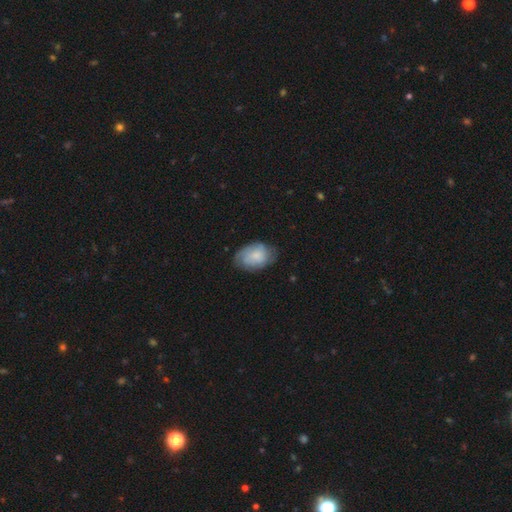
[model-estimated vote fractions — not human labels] Smooth or featured? Predicted: smooth (p=0.64). How rounded? Predicted: in between (p=0.86). Merging? Predicted: none (p=0.65).